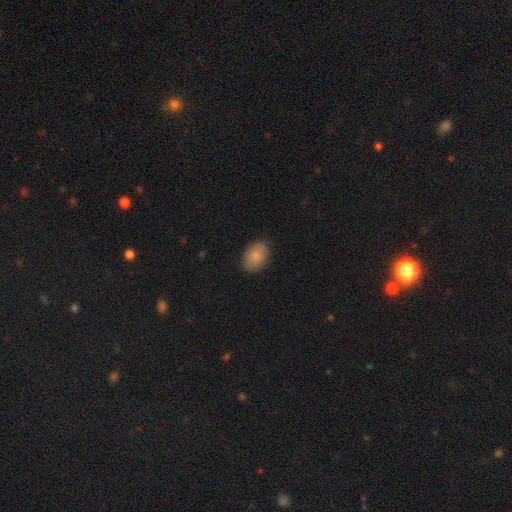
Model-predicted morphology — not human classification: Smooth or featured? smooth (82%)
How rounded? in between (78%)
Merging? none (83%)